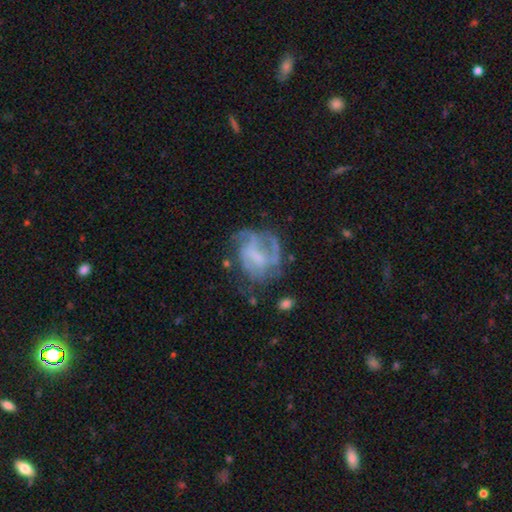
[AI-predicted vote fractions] Smooth or featured? Predicted: featured or disk (p=0.67). Edge-on disk? Predicted: no (p=0.97). Bar? Predicted: weak (p=0.43). Spiral arms? Predicted: yes (p=0.61). Bulge size? Predicted: none (p=0.45). Merging? Predicted: none (p=0.45).